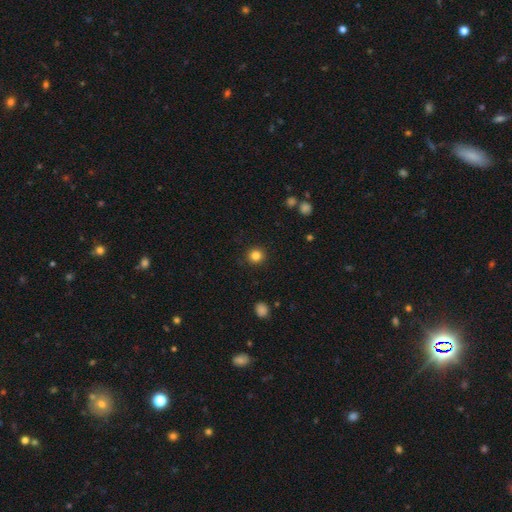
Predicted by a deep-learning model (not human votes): Morphology: type=smooth (84%); roundness=round (94%); merging=none (91%).